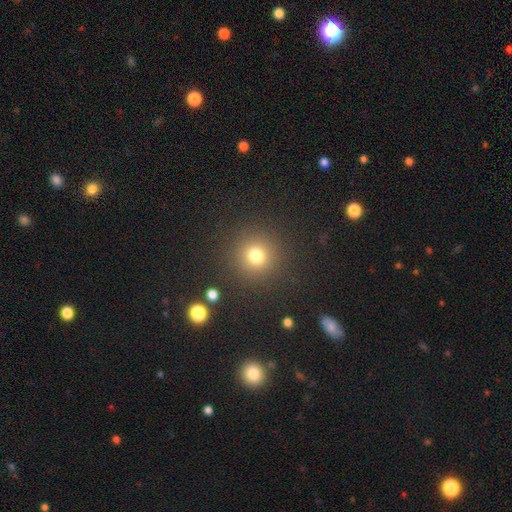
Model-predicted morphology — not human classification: This is likely a smooth galaxy (75%). How rounded: clearly round (94%). Merging: clearly none (89%).